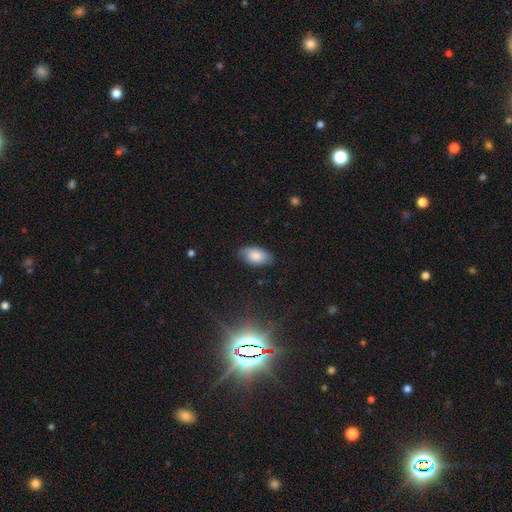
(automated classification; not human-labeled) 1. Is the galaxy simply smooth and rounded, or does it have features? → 82% smooth, 10% featured or disk, 7% star or artifact.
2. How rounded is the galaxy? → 94% in between, 4% round, 2% cigar-shaped.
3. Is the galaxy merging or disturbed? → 79% none, 17% minor disturbance, 3% major disturbance, 1% merger.